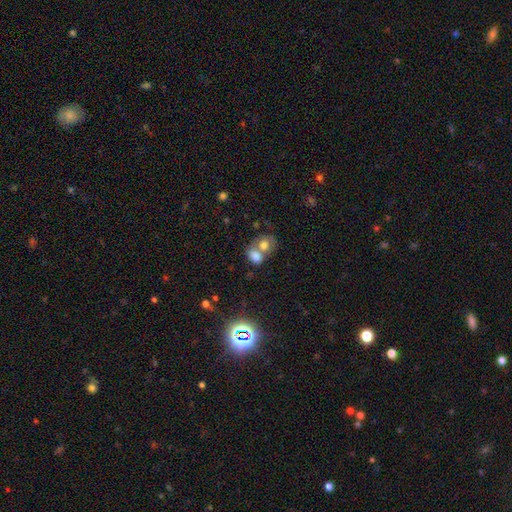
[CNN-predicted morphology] Smooth or featured? Predicted: smooth (p=0.73). How rounded? Predicted: in between (p=0.58). Merging? Predicted: merger (p=0.65).